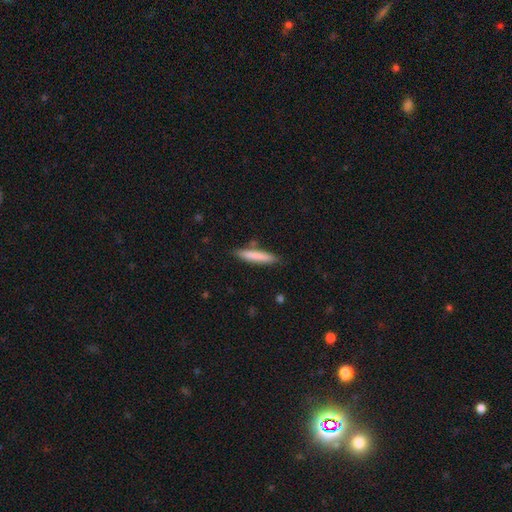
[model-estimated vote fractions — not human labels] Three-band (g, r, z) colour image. It shows a smooth galaxy with no disk features (79%) that is cigar-shaped (90%). Merging: none (83%).